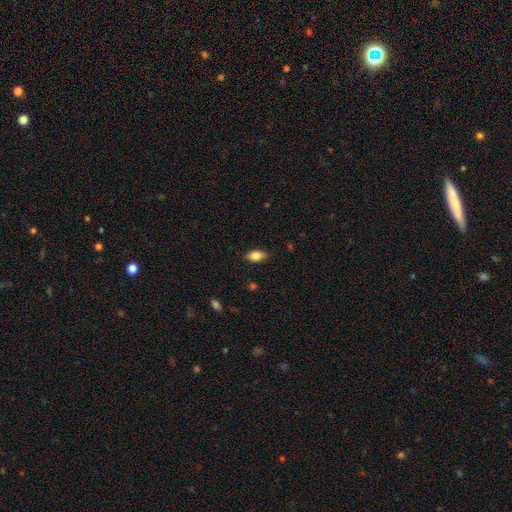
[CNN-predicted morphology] Q: Smooth or featured?
A: smooth (80%); runner-up: featured or disk (12%)
Q: How rounded?
A: in between (89%); runner-up: cigar-shaped (7%)
Q: Merging?
A: none (87%); runner-up: minor disturbance (10%)